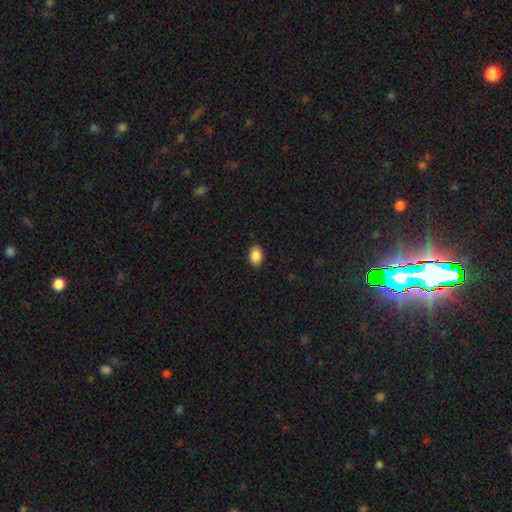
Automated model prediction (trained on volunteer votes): Smooth or featured: smooth — 87% (star or artifact — 8%)
How rounded: in between — 86% (round — 12%)
Merging: none — 88% (minor disturbance — 9%)